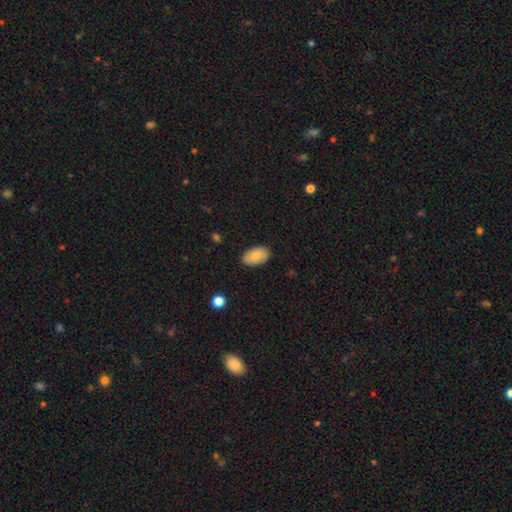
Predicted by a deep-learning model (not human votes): Q: Smooth or featured?
A: smooth (80%); runner-up: featured or disk (14%)
Q: How rounded?
A: in between (94%); runner-up: round (5%)
Q: Merging?
A: none (87%); runner-up: minor disturbance (10%)